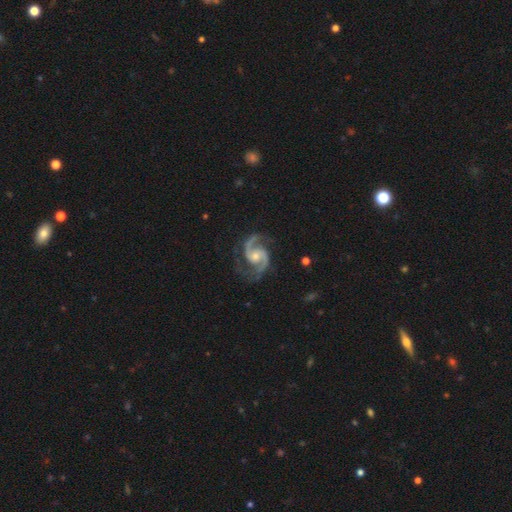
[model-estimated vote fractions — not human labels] Smooth or featured? featured or disk (94%)
Edge-on disk? no (98%)
Bar? no (56%)
Spiral arms? yes (99%)
Spiral winding? medium (66%)
Spiral arm count? 2 (93%)
Bulge size? moderate (49%)
Merging? none (78%)